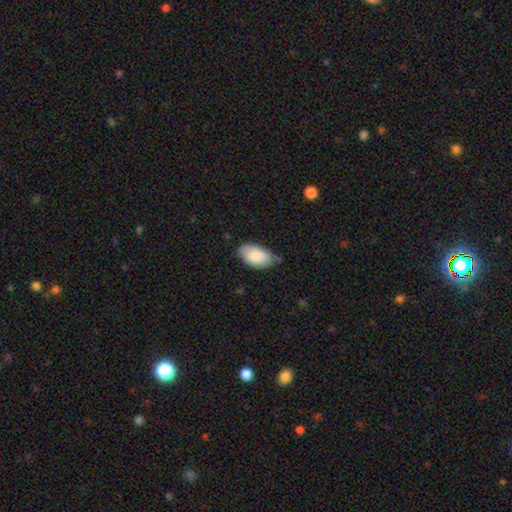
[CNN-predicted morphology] Smooth or featured? Predicted: smooth (p=0.86). How rounded? Predicted: in between (p=0.95). Merging? Predicted: none (p=0.62).